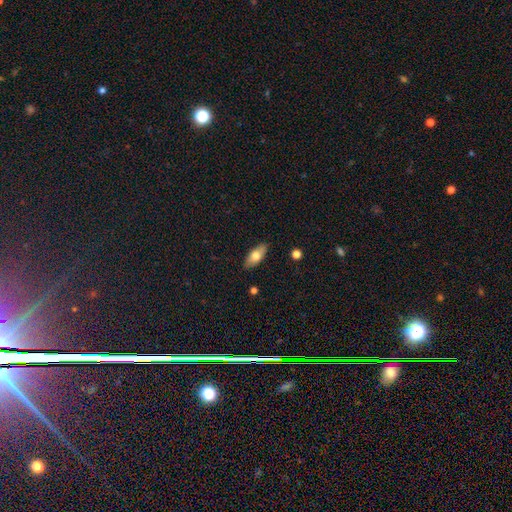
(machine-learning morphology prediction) A smooth galaxy with no disk features (68%) that is in between round and cigar-shaped (78%). Merging: none (87%).